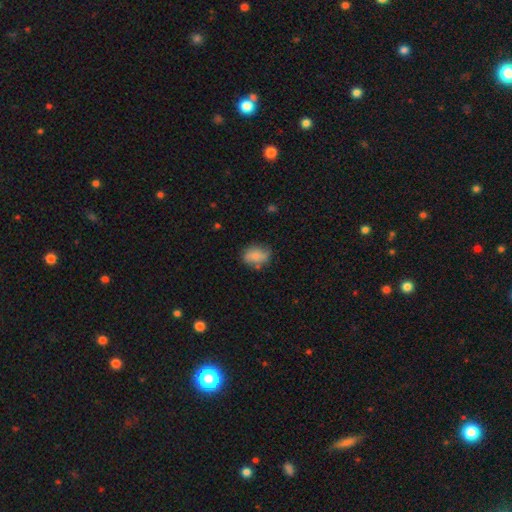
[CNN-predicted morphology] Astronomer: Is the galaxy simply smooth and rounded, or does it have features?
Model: smooth — 75%.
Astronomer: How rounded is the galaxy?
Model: in between — 75%.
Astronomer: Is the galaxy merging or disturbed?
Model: none — 62%.